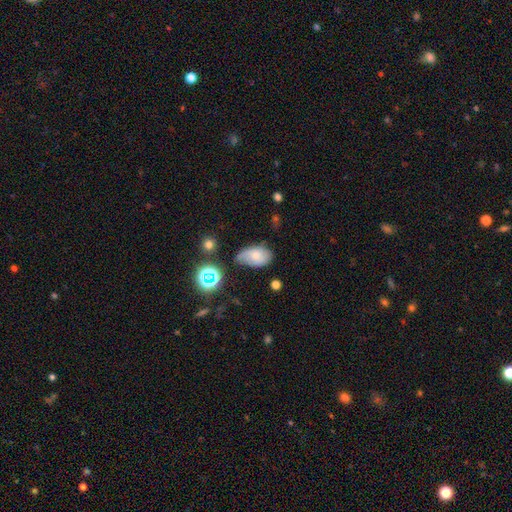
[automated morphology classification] type=smooth (66%); roundness=in between (90%); merging=none (44%).